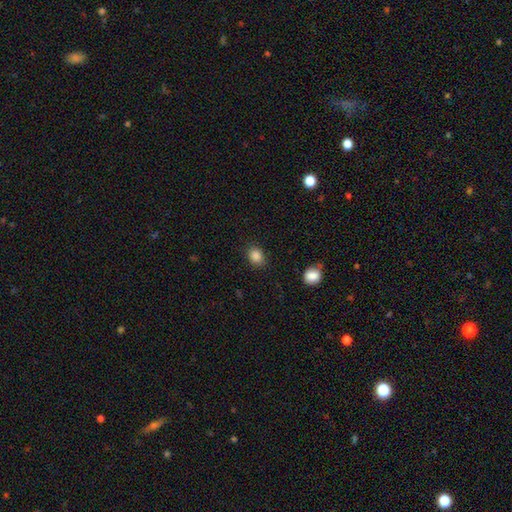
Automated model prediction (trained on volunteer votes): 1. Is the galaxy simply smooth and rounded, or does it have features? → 86% smooth, 10% star or artifact, 4% featured or disk.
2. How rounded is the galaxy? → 56% round, 43% in between, 1% cigar-shaped.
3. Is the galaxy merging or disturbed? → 85% none, 11% minor disturbance, 3% major disturbance, 1% merger.